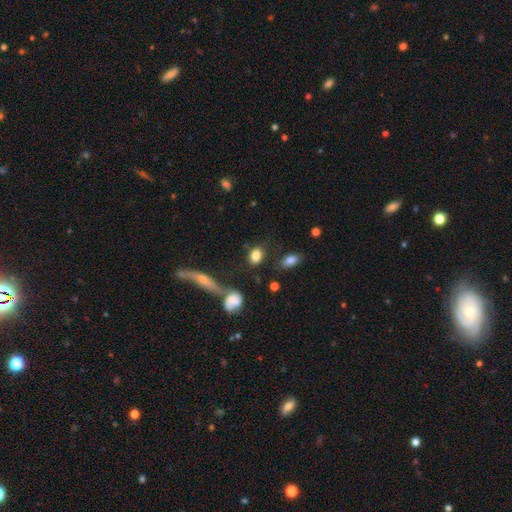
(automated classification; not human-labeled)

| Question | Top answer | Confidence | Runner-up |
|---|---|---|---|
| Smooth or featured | smooth | 81% | featured or disk (10%) |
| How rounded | in between | 73% | round (23%) |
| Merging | none | 66% | minor disturbance (16%) |